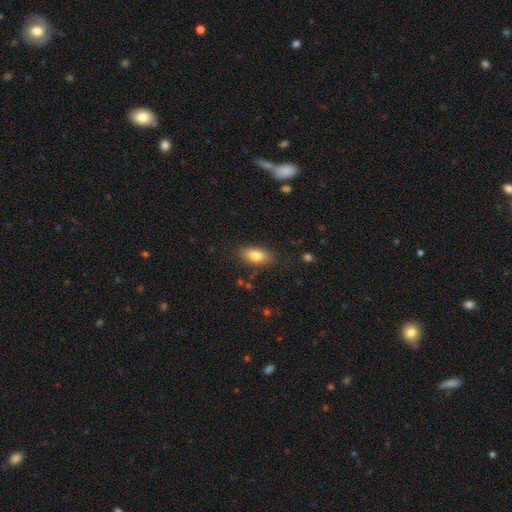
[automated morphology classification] This is likely a smooth galaxy (80%). How rounded: clearly in between (86%). Merging: clearly none (84%).